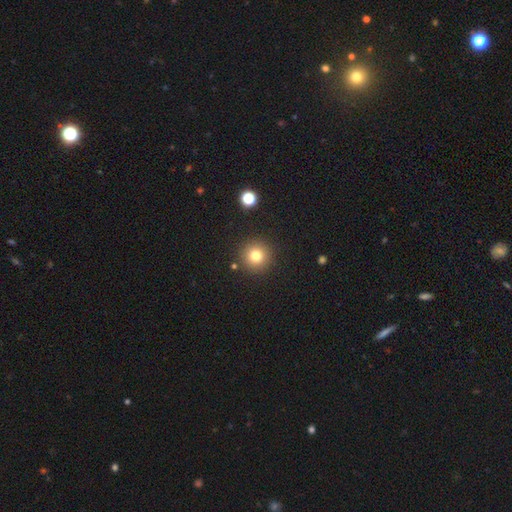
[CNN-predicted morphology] Smooth or featured? smooth (78%)
How rounded? round (96%)
Merging? none (90%)